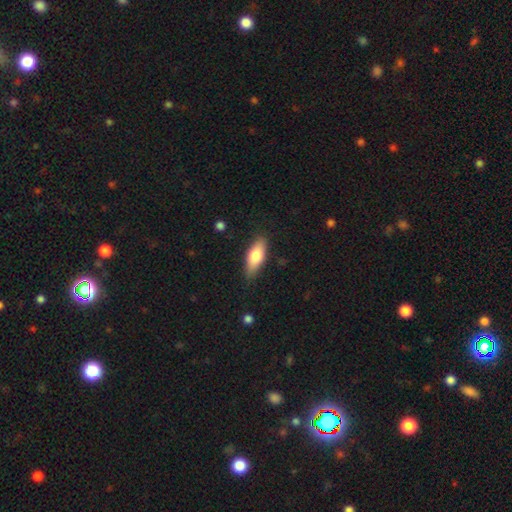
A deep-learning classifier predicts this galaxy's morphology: Overall: smooth (75%). How rounded: in between (70%). Merging: none (84%).